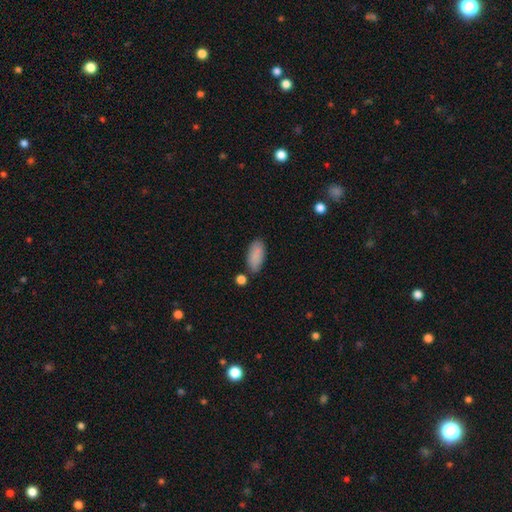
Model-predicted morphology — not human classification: The model was most divided on "merging": none: 74%, minor disturbance: 16%, merger: 7%, major disturbance: 4%. More confident: how rounded — in between (88%); smooth or featured — smooth (86%).